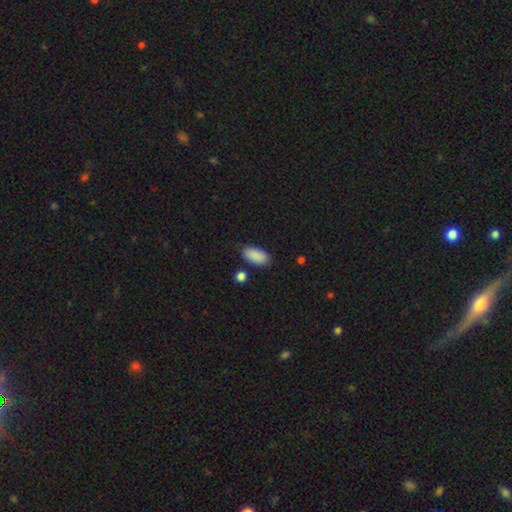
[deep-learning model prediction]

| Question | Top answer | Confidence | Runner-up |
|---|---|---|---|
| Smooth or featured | smooth | 90% | star or artifact (6%) |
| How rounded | in between | 91% | cigar-shaped (7%) |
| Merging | none | 83% | minor disturbance (11%) |